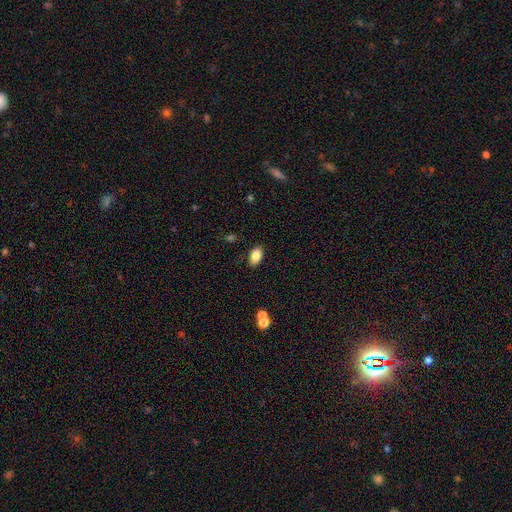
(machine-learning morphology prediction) Overall: smooth (84%). How rounded: in between (92%). Merging: none (86%).